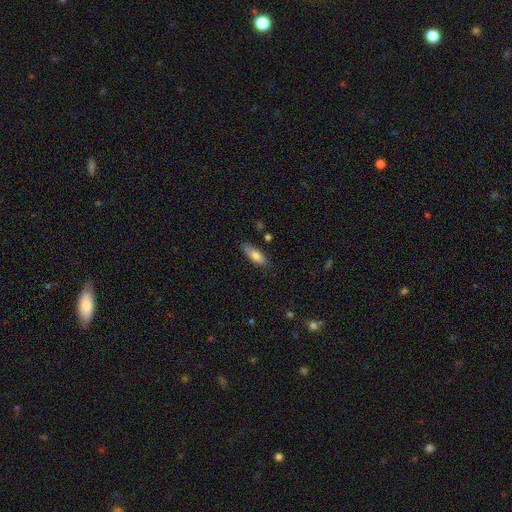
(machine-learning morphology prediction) This appears to be a smooth galaxy with no disk features (77%) that is in between round and cigar-shaped (70%). Merging: none (79%).